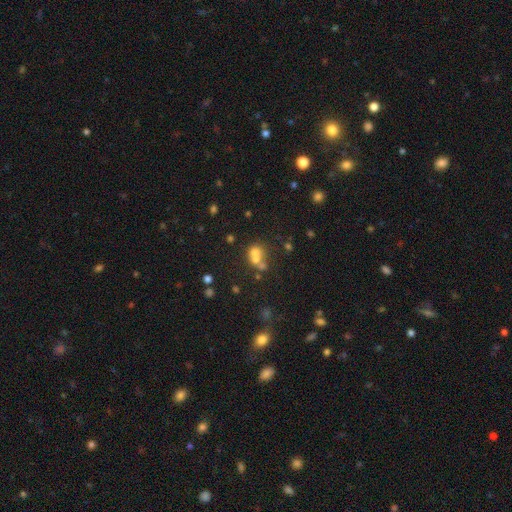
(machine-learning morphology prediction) This appears to be a smooth galaxy with no disk features (60%) that is round (62%). Merging: merger (55%).